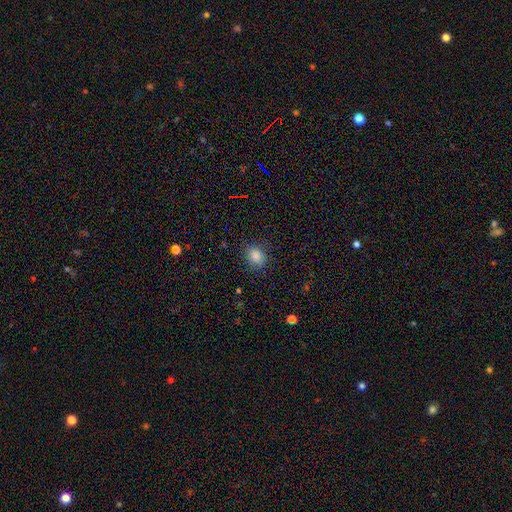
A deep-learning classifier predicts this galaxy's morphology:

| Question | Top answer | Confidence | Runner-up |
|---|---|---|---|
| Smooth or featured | smooth | 84% | star or artifact (11%) |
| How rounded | round | 53% | in between (46%) |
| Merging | none | 85% | minor disturbance (11%) |